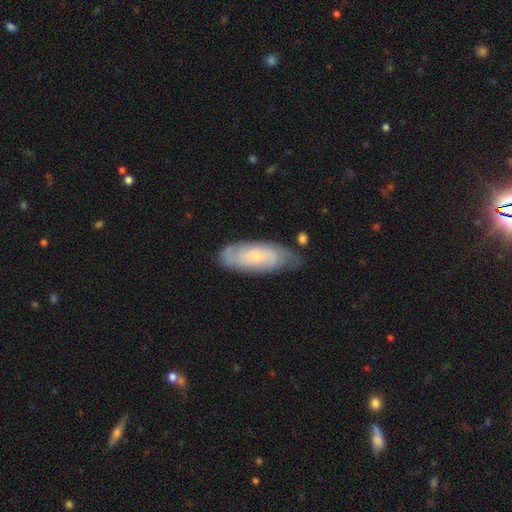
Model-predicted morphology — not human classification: smooth-or-featured: featured or disk: 58% | smooth: 35% | star or artifact: 7%
  disk-edge-on: no: 87% | yes: 13%
    bar: no: 69% | weak: 27% | strong: 5%
    has-spiral-arms: yes: 83% | no: 17%
    bulge-size: small: 69% | moderate: 24% | none: 4% | large: 2% | dominant: 1%
  merging: none: 69% | minor disturbance: 23% | major disturbance: 5% | merger: 3%